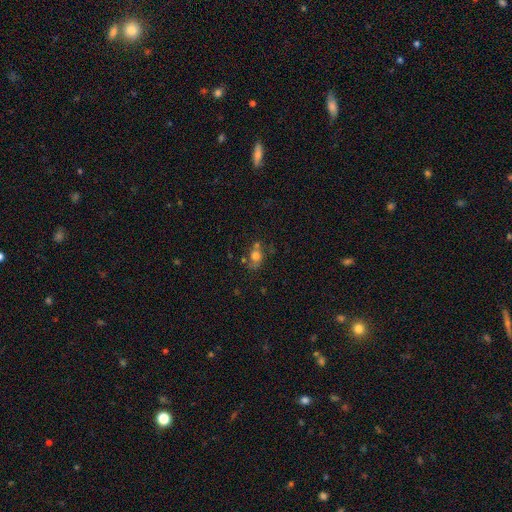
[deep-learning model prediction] smooth_or_featured: smooth (p=0.68) [alt: featured or disk p=0.17]
how_rounded: round (p=0.54) [alt: in between p=0.44]
merging: none (p=0.46) [alt: merger p=0.26]